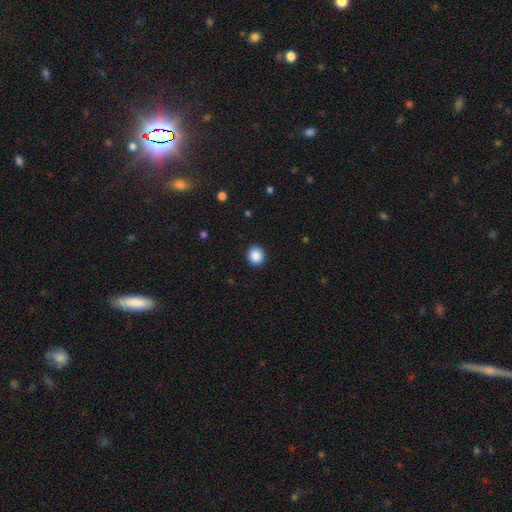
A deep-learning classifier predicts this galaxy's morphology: A smooth galaxy with no disk features (88%) that is round (83%).

Vote fractions:
- Smooth or featured? smooth: 88% / star or artifact: 9% / featured or disk: 3%
- How rounded? round: 83% / in between: 16% / cigar-shaped: 1%
- Merging? none: 92% / minor disturbance: 6% / major disturbance: 2% / merger: 1%